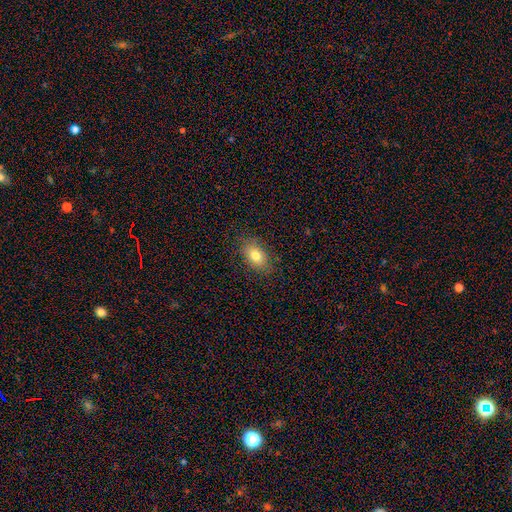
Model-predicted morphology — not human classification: A smooth galaxy with no disk features (77%) that is in between round and cigar-shaped (85%).

Vote fractions:
- Smooth or featured? smooth: 77% / featured or disk: 13% / star or artifact: 10%
- How rounded? in between: 85% / round: 12% / cigar-shaped: 3%
- Merging? none: 83% / minor disturbance: 13% / major disturbance: 3% / merger: 1%